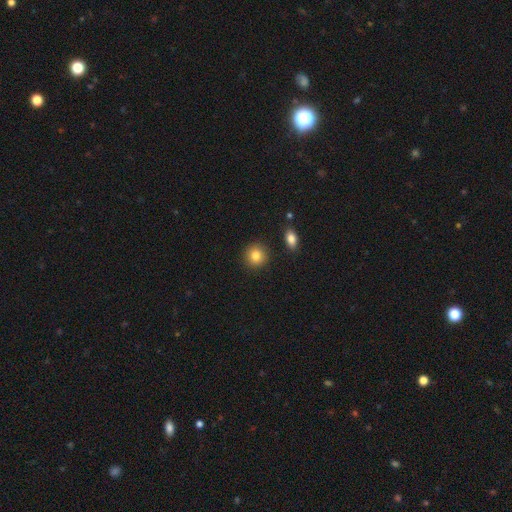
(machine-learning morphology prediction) Smooth or featured?
  - smooth: 84% *
  - star or artifact: 9%
  - featured or disk: 7%
How rounded?
  - round: 89% *
  - in between: 10%
  - cigar-shaped: 1%
Merging?
  - none: 88% *
  - minor disturbance: 7%
  - merger: 3%
  - major disturbance: 2%